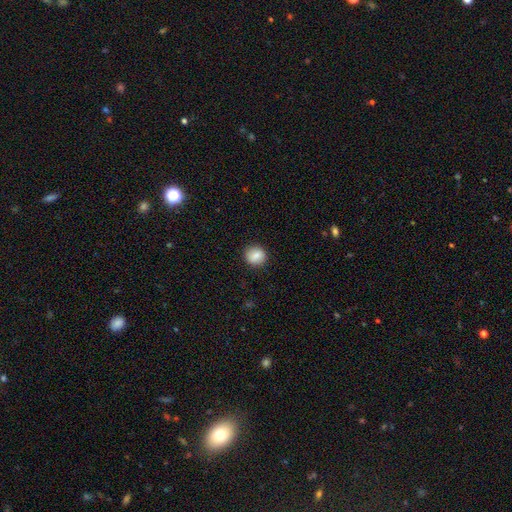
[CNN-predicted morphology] smooth-or-featured: smooth: 86% | star or artifact: 8% | featured or disk: 6%
  how-rounded: round: 82% | in between: 17% | cigar-shaped: 1%
  merging: none: 89% | minor disturbance: 8% | major disturbance: 2% | merger: 1%